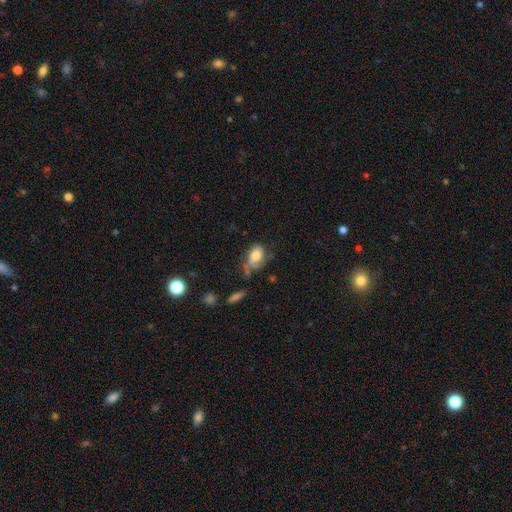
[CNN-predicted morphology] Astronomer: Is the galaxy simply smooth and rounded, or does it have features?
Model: smooth — 65%.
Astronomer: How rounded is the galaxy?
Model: in between — 82%.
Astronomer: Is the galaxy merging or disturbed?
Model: none — 38% (runner-up: minor disturbance, 31%).